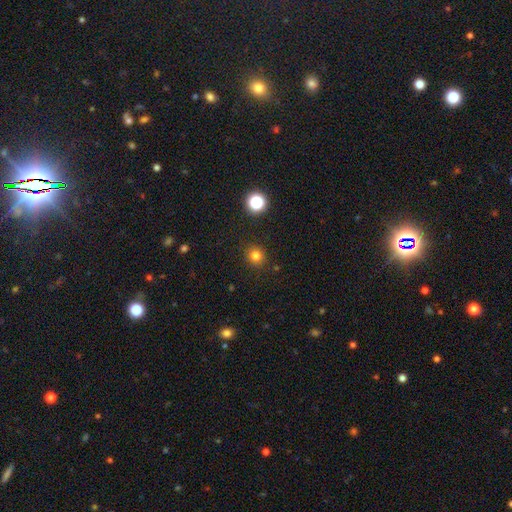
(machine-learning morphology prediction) This is likely a smooth galaxy (79%). How rounded: clearly round (89%). Merging: clearly none (90%).